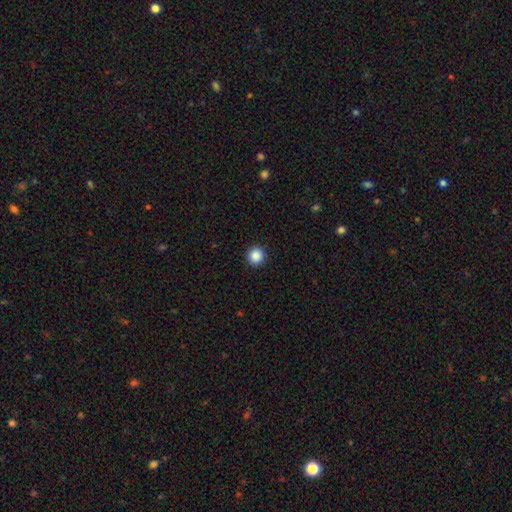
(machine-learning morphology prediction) A smooth galaxy with no disk features (88%) that is round (95%). Merging: none (93%).